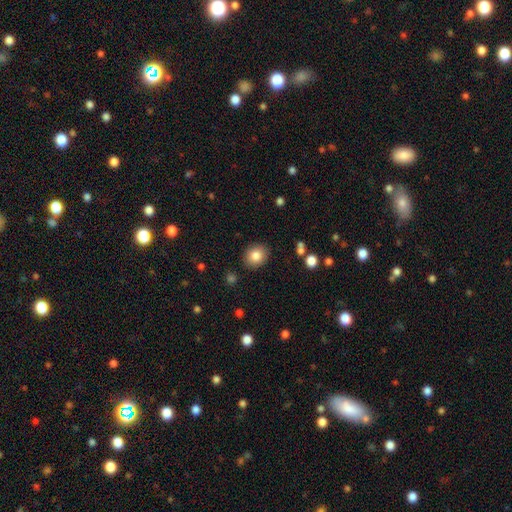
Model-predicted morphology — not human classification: Overall: smooth (83%). How rounded: round (70%). Merging: none (88%).